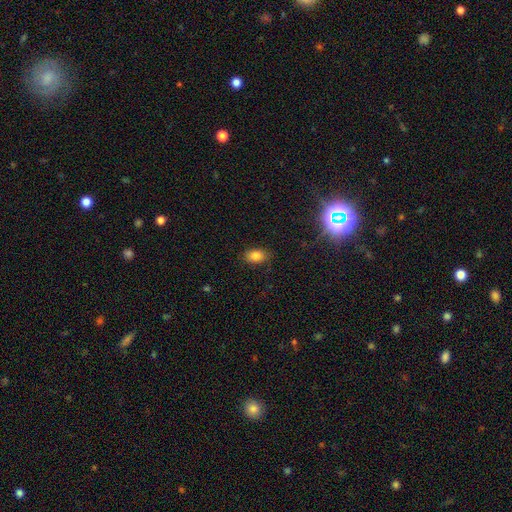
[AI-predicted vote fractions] Morphology: type=smooth (81%); roundness=in between (85%); merging=none (84%).